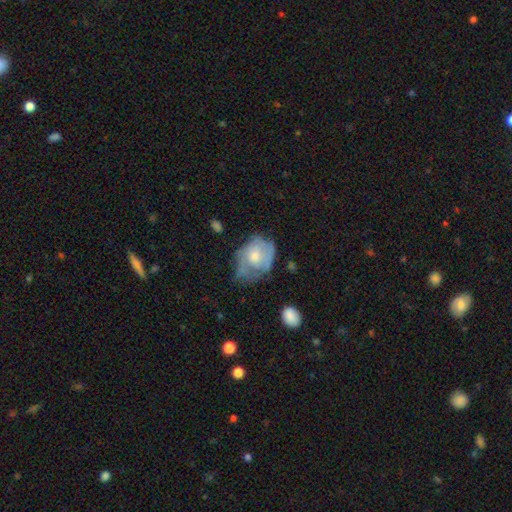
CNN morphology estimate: A featured or disk galaxy (47%).

Vote fractions:
- Smooth or featured? featured or disk: 47% / smooth: 46% / star or artifact: 7%
- Merging? none: 37% (tied) / minor disturbance: 37% (tied) / major disturbance: 23% / merger: 3%